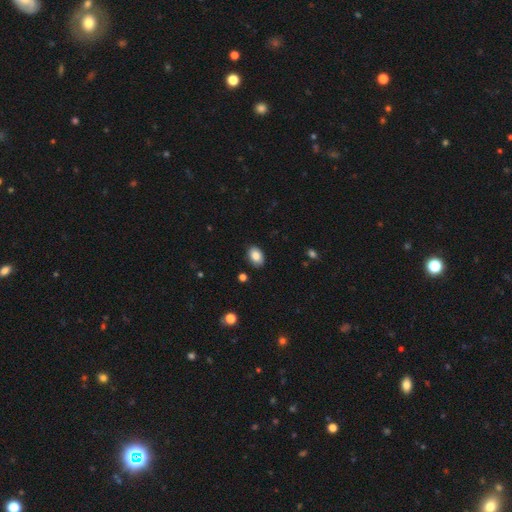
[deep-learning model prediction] smooth_or_featured: smooth (p=0.85) [alt: star or artifact p=0.08]
how_rounded: in between (p=0.86) [alt: round p=0.13]
merging: none (p=0.88) [alt: minor disturbance p=0.09]